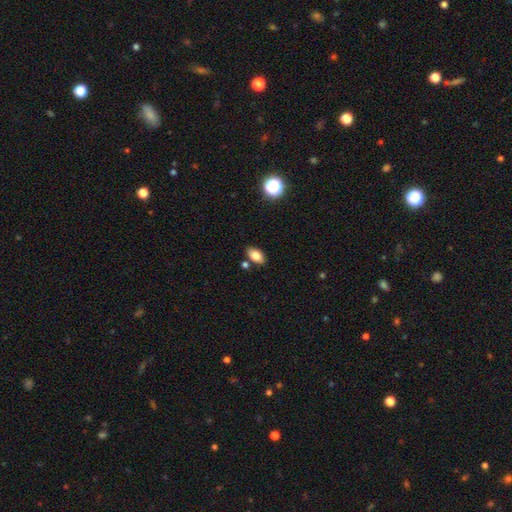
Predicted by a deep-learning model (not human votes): smooth-or-featured: smooth: 81% | star or artifact: 10% | featured or disk: 9%
  how-rounded: in between: 90% | round: 8% | cigar-shaped: 2%
  merging: none: 80% | minor disturbance: 11% | merger: 7% | major disturbance: 2%